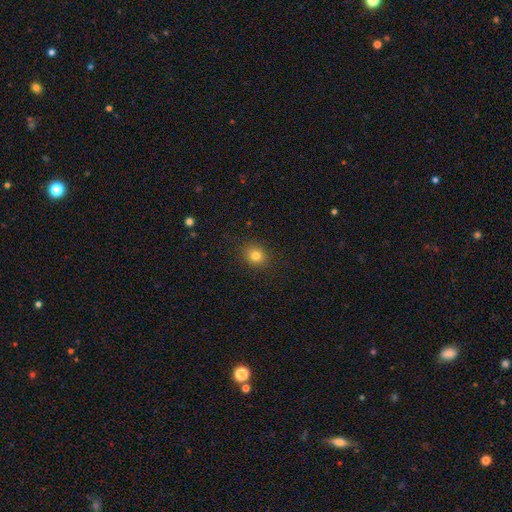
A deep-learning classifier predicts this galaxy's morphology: The model was most divided on "how rounded": round: 76%, in between: 23%, cigar-shaped: 1%. More confident: merging — none (89%); smooth or featured — smooth (80%).